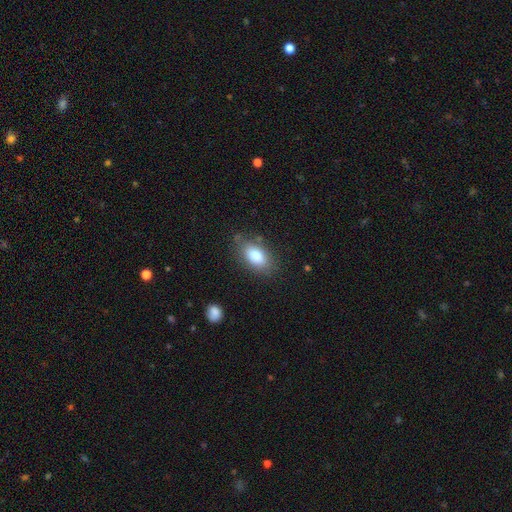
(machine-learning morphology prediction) smooth 84%, featured or disk 9%, star or artifact 7%. Down the decision tree: how rounded — in between (91%); merging — none (76%).